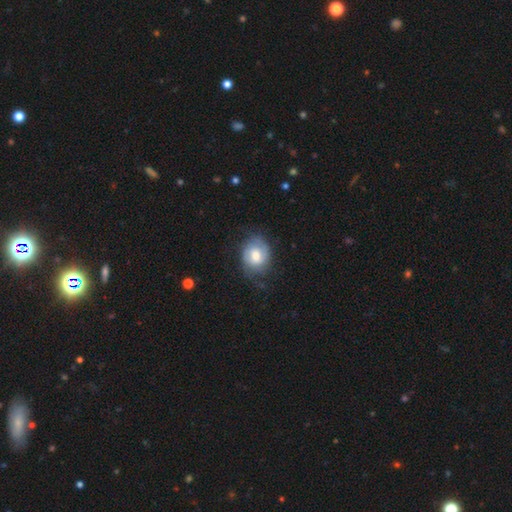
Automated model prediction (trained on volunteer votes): smooth-or-featured: featured or disk: 52% | smooth: 41% | star or artifact: 7%
  disk-edge-on: no: 97% | yes: 3%
    bar: no: 47% | weak: 43% | strong: 9%
    has-spiral-arms: yes: 80% | no: 20%
    bulge-size: moderate: 69% | small: 17% | large: 12% | none: 1% | dominant: 1%
  merging: none: 66% | minor disturbance: 23% | major disturbance: 10% | merger: 1%